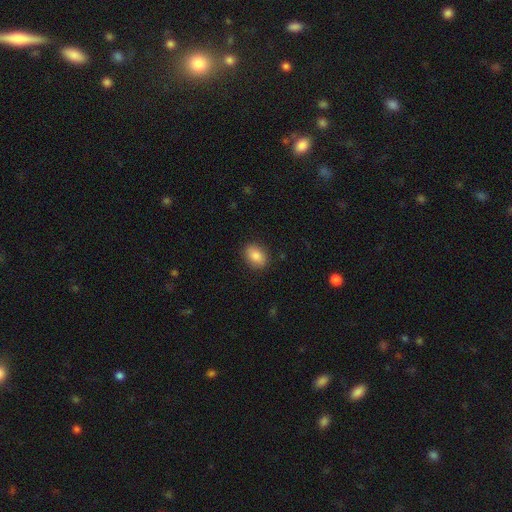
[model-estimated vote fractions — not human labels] Smooth or featured?
  - smooth: 87% *
  - star or artifact: 8%
  - featured or disk: 6%
How rounded?
  - in between: 77% *
  - round: 21%
  - cigar-shaped: 1%
Merging?
  - none: 88% *
  - minor disturbance: 9%
  - major disturbance: 2%
  - merger: 1%